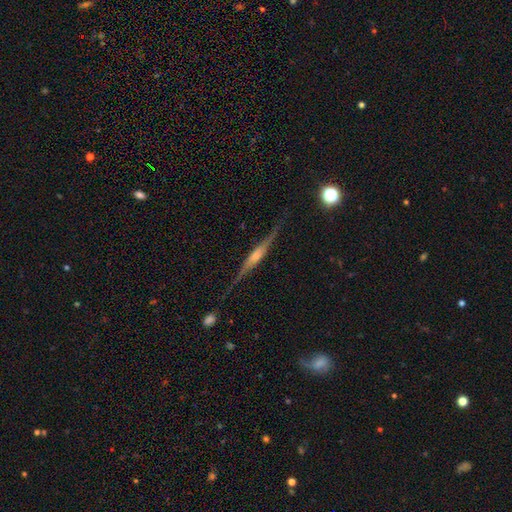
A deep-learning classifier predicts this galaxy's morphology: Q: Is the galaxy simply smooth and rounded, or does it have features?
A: featured or disk — 76%.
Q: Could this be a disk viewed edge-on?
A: yes — 97%.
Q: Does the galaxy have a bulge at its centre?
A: rounded — 60%.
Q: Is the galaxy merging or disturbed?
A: none — 82%.